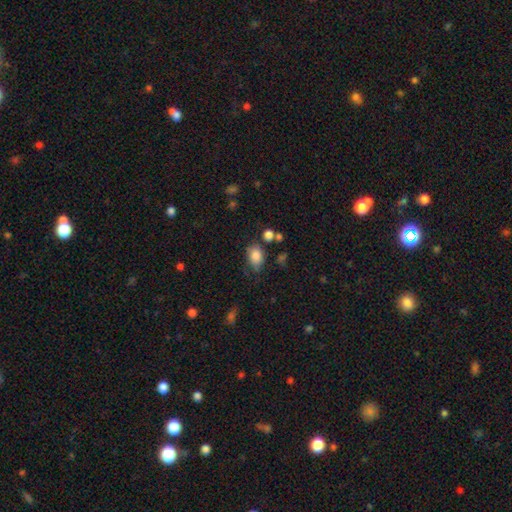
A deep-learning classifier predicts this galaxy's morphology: smooth_or_featured: smooth (p=0.84) [alt: star or artifact p=0.09]
how_rounded: in between (p=0.76) [alt: round p=0.23]
merging: none (p=0.59) [alt: minor disturbance p=0.25]